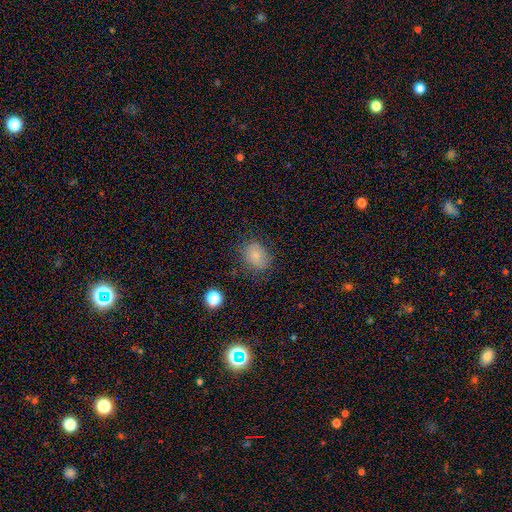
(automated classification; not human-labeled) smooth_or_featured: smooth (p=0.79) [alt: star or artifact p=0.11]
how_rounded: in between (p=0.55) [alt: round p=0.44]
merging: none (p=0.74) [alt: minor disturbance p=0.18]